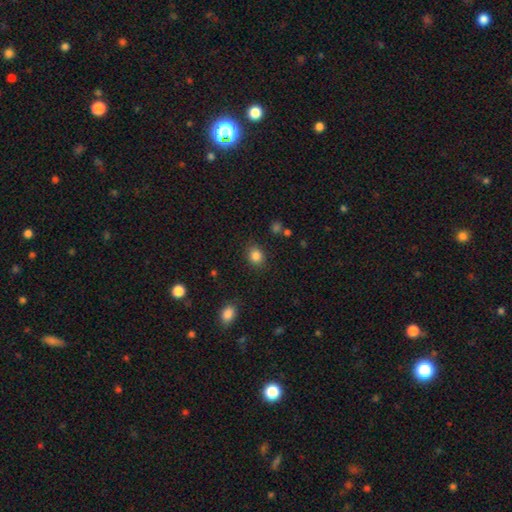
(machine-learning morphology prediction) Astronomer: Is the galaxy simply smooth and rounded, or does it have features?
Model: smooth — 85%.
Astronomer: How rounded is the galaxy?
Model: round — 65%.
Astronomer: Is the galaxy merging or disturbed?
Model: none — 85%.